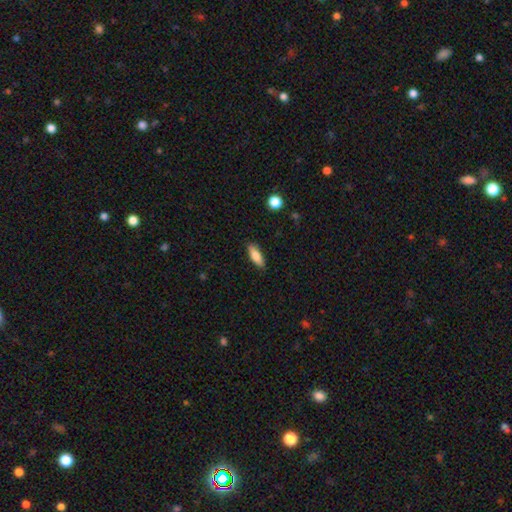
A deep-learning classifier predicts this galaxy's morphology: Smooth or featured?
  - smooth: 79% *
  - featured or disk: 14%
  - star or artifact: 7%
How rounded?
  - in between: 60% *
  - cigar-shaped: 37%
  - round: 2%
Merging?
  - none: 87% *
  - minor disturbance: 10%
  - major disturbance: 2%
  - merger: 1%